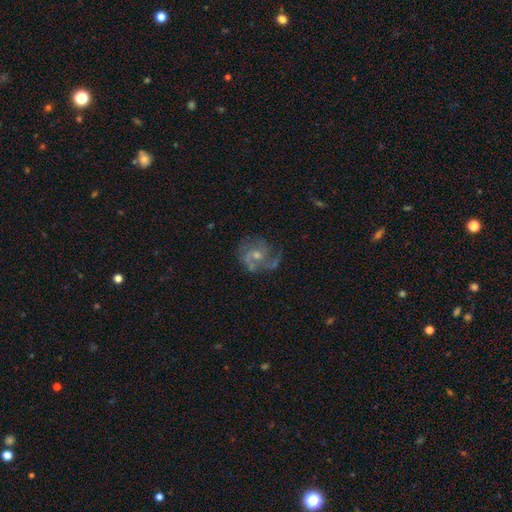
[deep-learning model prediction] Overall: featured or disk (75%). Edge-on disk: no (98%). Bar: no (66%; weak 30%). Spiral arms: yes (88%). Spiral arm count: 2 (43%; can't tell 19%). Spiral winding: medium (47%; tight 27%). Bulge size: moderate (48%; small 44%). Merging: none (53%; minor disturbance 23%).